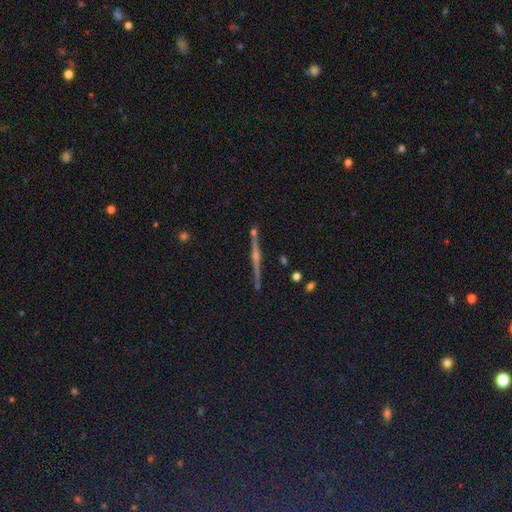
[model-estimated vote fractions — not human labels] Smooth or featured? featured or disk (81%)
Edge-on disk? yes (98%)
Edge-on bulge? rounded (88%)
Merging? none (90%)